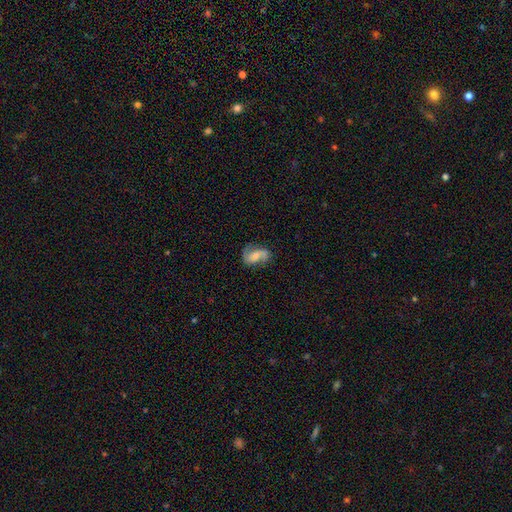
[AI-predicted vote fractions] The model was most divided on "spiral winding" (2-way tie): loose: 43%, medium: 43%, tight: 14%. Remaining: edge-on disk — no (97%); spiral arms — yes (95%); spiral arm count — 2 (89%); smooth or featured — featured or disk (76%); merging — none (70%); bar — no (50%); bulge size — moderate (46%).